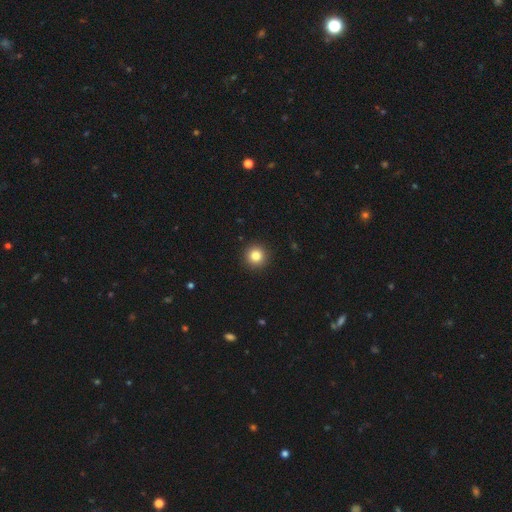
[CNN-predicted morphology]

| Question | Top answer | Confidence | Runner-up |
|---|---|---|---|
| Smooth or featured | smooth | 84% | star or artifact (11%) |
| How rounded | round | 95% | in between (4%) |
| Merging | none | 93% | minor disturbance (5%) |